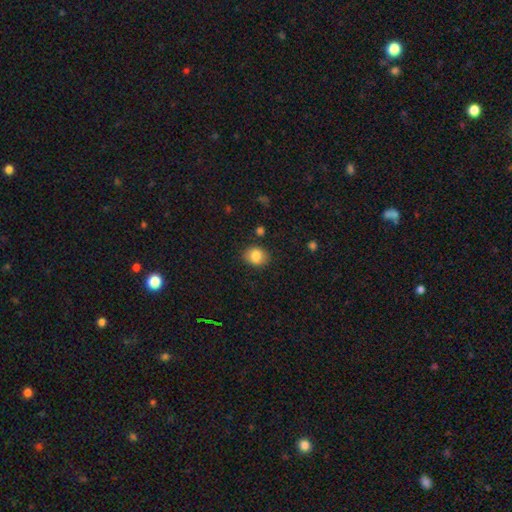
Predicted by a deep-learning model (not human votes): A smooth galaxy with no disk features (83%) that is round (56%). Merging: none (84%).